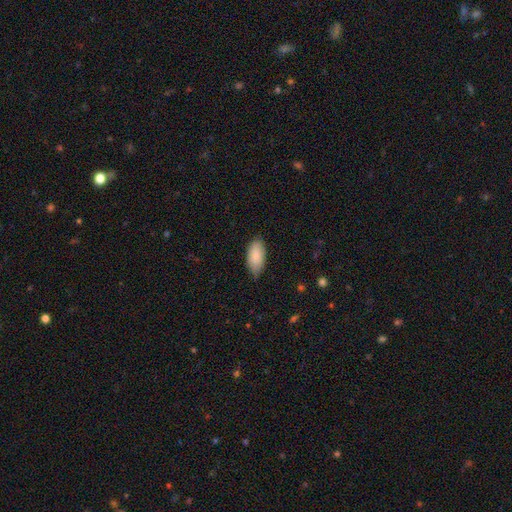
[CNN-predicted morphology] The model was most divided on "merging": none: 73%, minor disturbance: 23%, major disturbance: 3%, merger: 1%. More confident: how rounded — in between (92%); smooth or featured — smooth (87%).